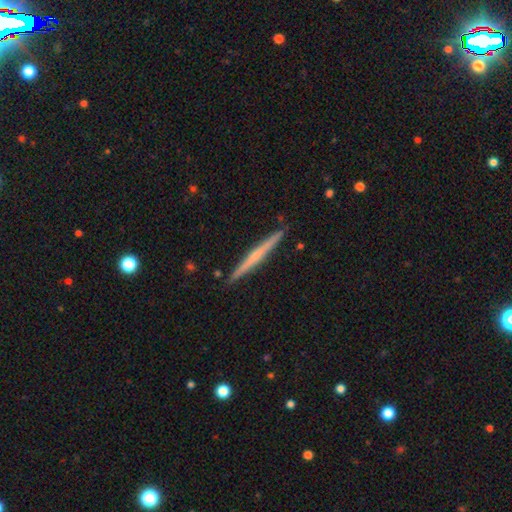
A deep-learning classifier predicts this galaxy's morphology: smooth_or_featured: featured or disk (p=0.64) [alt: smooth p=0.31]
disk_edge_on: yes (p=0.98) [alt: no p=0.02]
edge_on_bulge: none (p=0.48) [alt: rounded p=0.47]
merging: none (p=0.91) [alt: minor disturbance p=0.06]